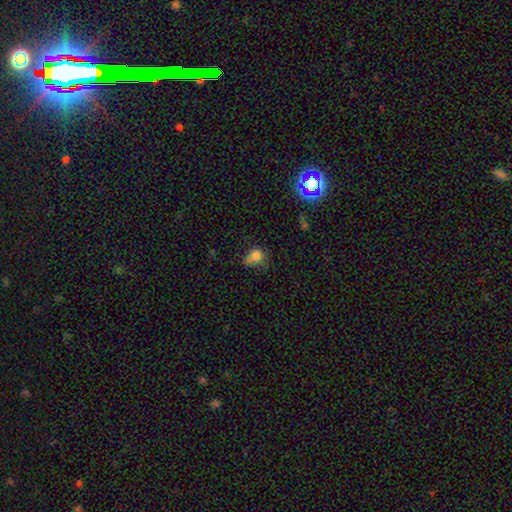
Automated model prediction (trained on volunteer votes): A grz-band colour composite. It shows a smooth galaxy with no disk features (77%) that is round (56%). Merging: none (41%).